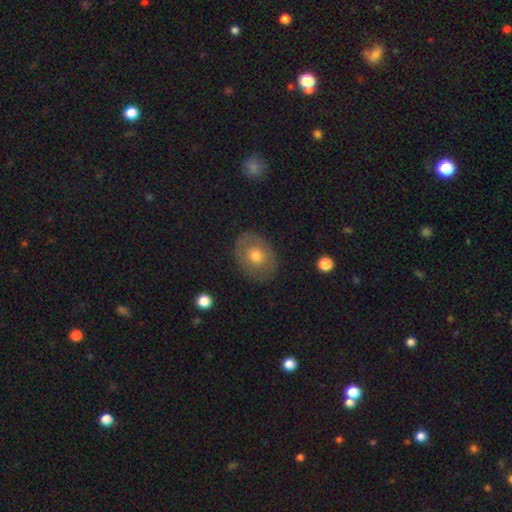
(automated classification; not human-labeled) Smooth or featured? smooth (57%)
How rounded? in between (62%)
Merging? none (84%)